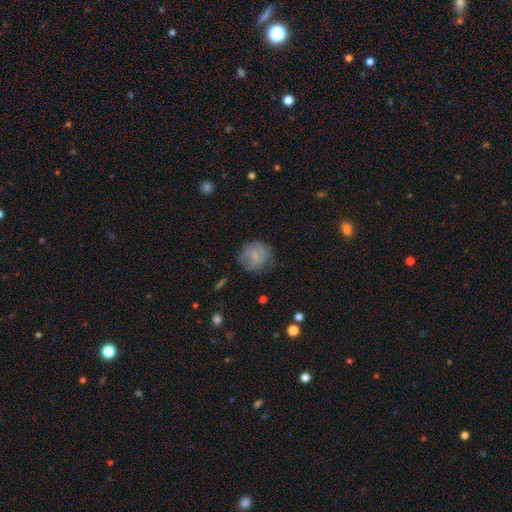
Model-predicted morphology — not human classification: Smooth or featured? Predicted: smooth (p=0.72). How rounded? Predicted: round (p=0.84). Merging? Predicted: none (p=0.63).